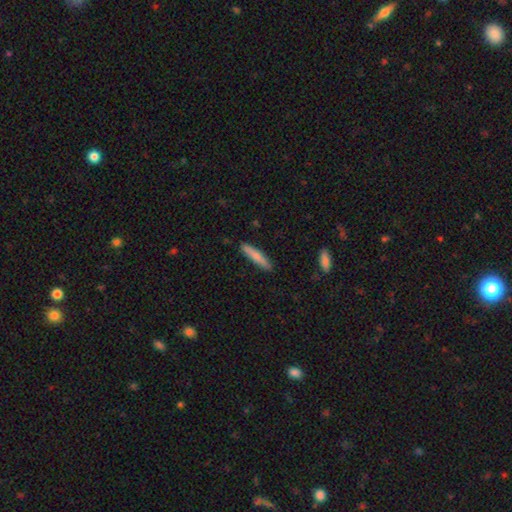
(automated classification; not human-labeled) Smooth or featured? Predicted: smooth (p=0.80). How rounded? Predicted: cigar-shaped (p=0.90). Merging? Predicted: none (p=0.87).